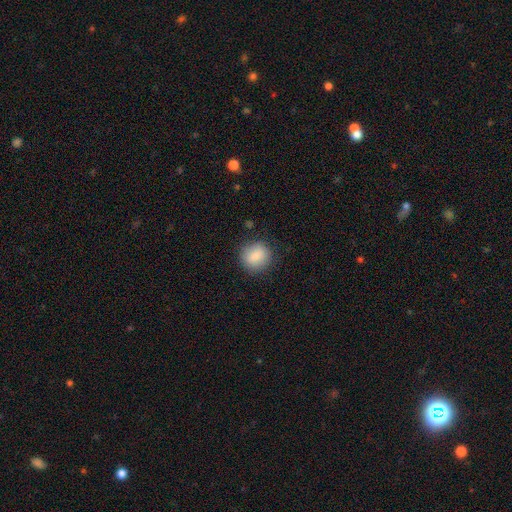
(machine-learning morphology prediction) Smooth or featured? Predicted: smooth (p=0.85). How rounded? Predicted: round (p=0.85). Merging? Predicted: none (p=0.84).